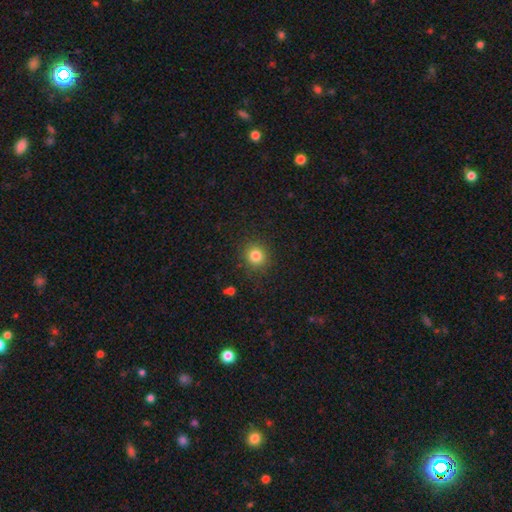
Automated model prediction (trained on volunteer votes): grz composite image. It shows a smooth galaxy with no disk features (82%) that is round (88%). Merging: none (88%).